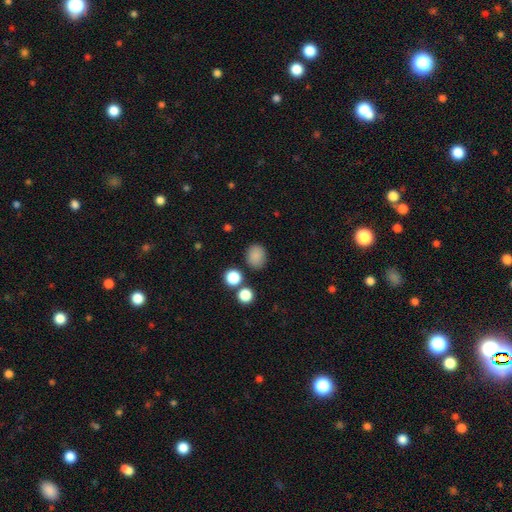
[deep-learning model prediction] The model was most divided on "how rounded": round: 54%, in between: 45%, cigar-shaped: 1%. More confident: smooth or featured — smooth (85%); merging — none (82%).